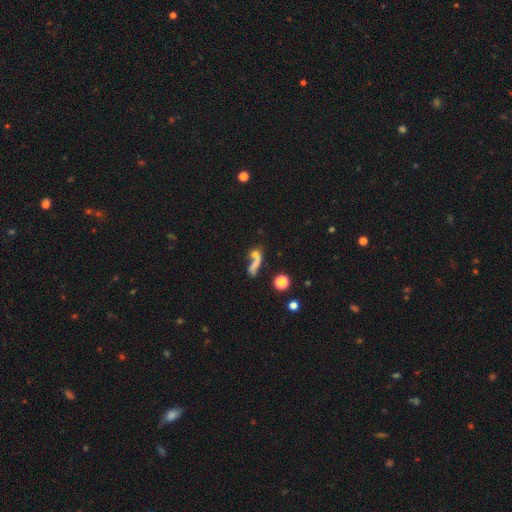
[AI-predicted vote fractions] This is possibly a smooth galaxy (56%). How rounded: marginally cigar-shaped (44%). Merging: marginally merger (42%).